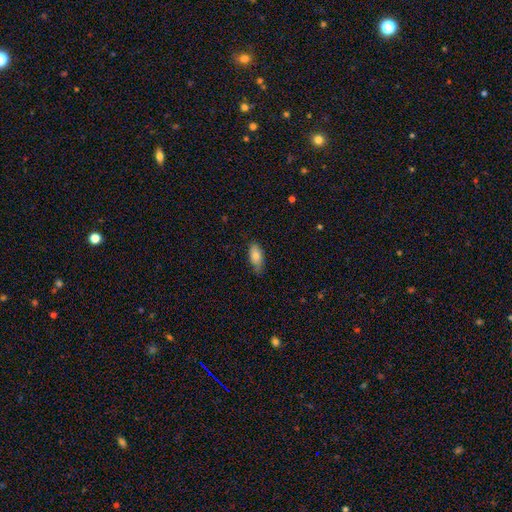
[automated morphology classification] smooth-or-featured: smooth: 78% | featured or disk: 15% | star or artifact: 7%
  how-rounded: in between: 86% | cigar-shaped: 12% | round: 3%
  merging: none: 69% | minor disturbance: 26% | major disturbance: 4% | merger: 1%